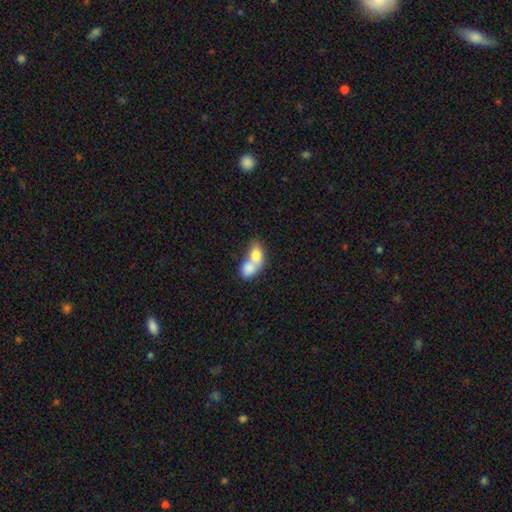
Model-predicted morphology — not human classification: type=smooth (74%); roundness=in between (73%); merging=merger (79%).